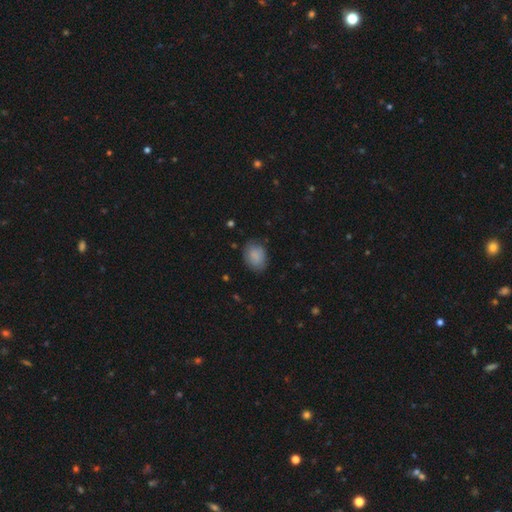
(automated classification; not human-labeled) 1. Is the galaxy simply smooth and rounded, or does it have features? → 85% smooth, 8% star or artifact, 7% featured or disk.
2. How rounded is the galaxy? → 63% in between, 36% round, 1% cigar-shaped.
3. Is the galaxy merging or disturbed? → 75% none, 19% minor disturbance, 5% major disturbance, 1% merger.